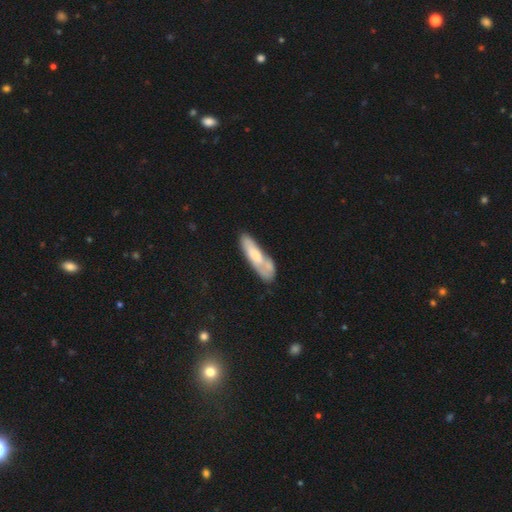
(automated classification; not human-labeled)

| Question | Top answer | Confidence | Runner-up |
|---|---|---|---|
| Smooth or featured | smooth | 59% | featured or disk (34%) |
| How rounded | cigar-shaped | 61% | in between (38%) |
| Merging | none | 44% | minor disturbance (23%) |